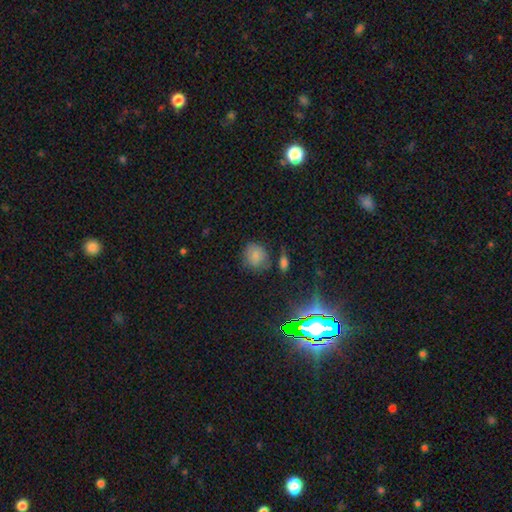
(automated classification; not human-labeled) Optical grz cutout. It shows a smooth galaxy with no disk features (78%) that is round (74%). Merging: none (69%).